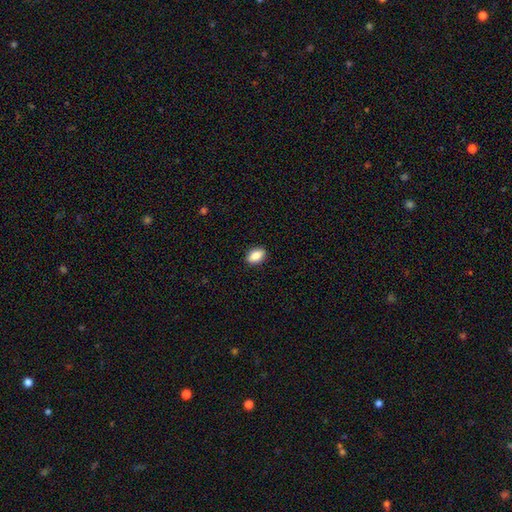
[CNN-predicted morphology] smooth-or-featured: smooth: 84% | featured or disk: 8% | star or artifact: 7%
  how-rounded: in between: 87% | round: 11% | cigar-shaped: 3%
  merging: none: 90% | minor disturbance: 8% | major disturbance: 2% | merger: 1%